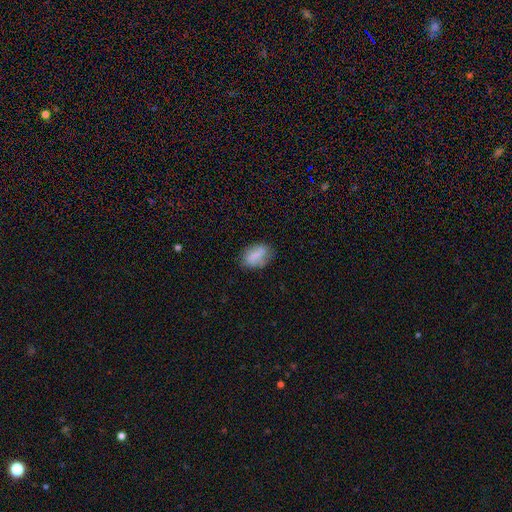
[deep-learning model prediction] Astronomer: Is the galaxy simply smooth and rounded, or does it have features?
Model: smooth — 67%.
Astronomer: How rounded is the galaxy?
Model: in between — 86%.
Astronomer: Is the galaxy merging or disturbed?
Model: none — 68%.